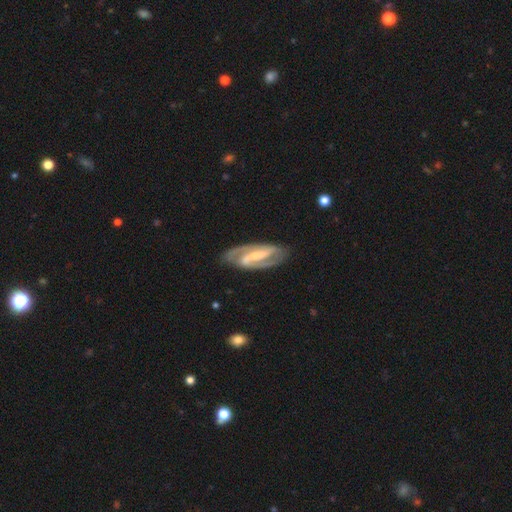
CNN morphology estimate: Smooth or featured? Predicted: featured or disk (p=0.88). Edge-on disk? Predicted: no (p=0.94). Bar? Predicted: strong (p=0.65). Spiral arms? Predicted: yes (p=0.95). Spiral winding? Predicted: medium (p=0.52). Spiral arm count? Predicted: 2 (p=0.92). Bulge size? Predicted: small (p=0.51). Merging? Predicted: none (p=0.82).